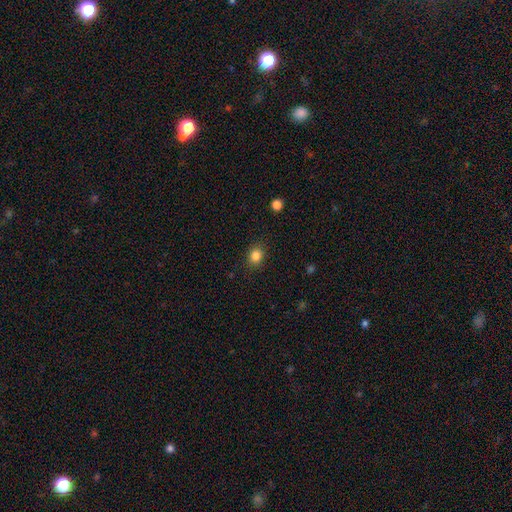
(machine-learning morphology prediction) Overall: smooth (84%). How rounded: round (59%; in between 40%). Merging: none (87%).